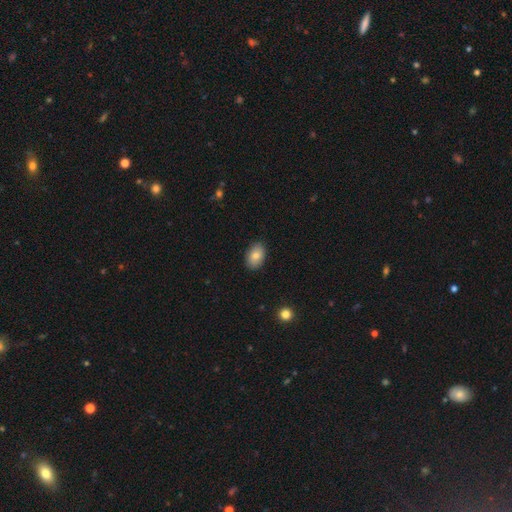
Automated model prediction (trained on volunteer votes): This appears to be a smooth galaxy with no disk features (81%) that is in between round and cigar-shaped (87%). Merging: none (87%).